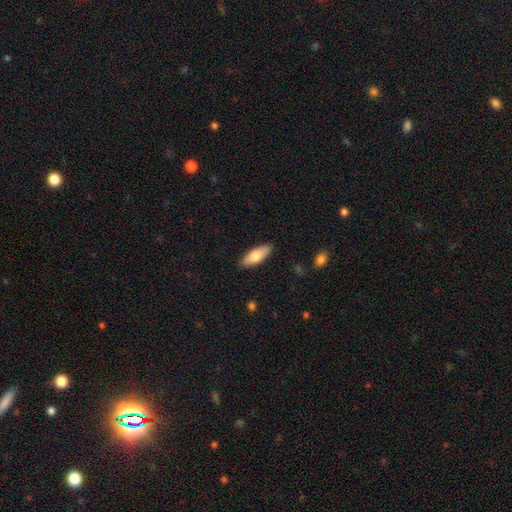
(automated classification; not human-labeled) Smooth or featured? smooth (74%)
How rounded? in between (69%)
Merging? none (88%)